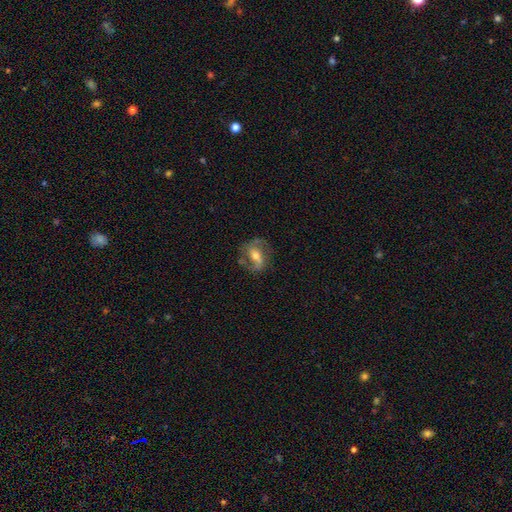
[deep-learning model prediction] The model was most divided on "bar": weak: 40%, strong: 31%, no: 29%. Remaining: edge-on disk — no (96%); spiral arms — yes (86%); spiral arm count — 2 (84%); smooth or featured — featured or disk (72%); merging — none (69%); bulge size — moderate (66%); spiral winding — medium (48%).